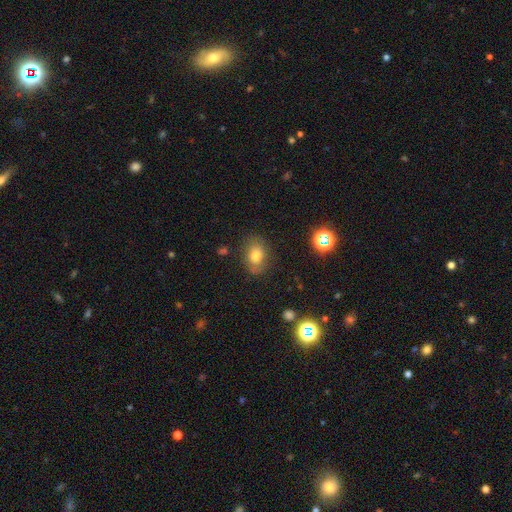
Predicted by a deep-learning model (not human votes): smooth 73%, featured or disk 14%, star or artifact 13%. Down the decision tree: how rounded — in between (69%); merging — none (78%).